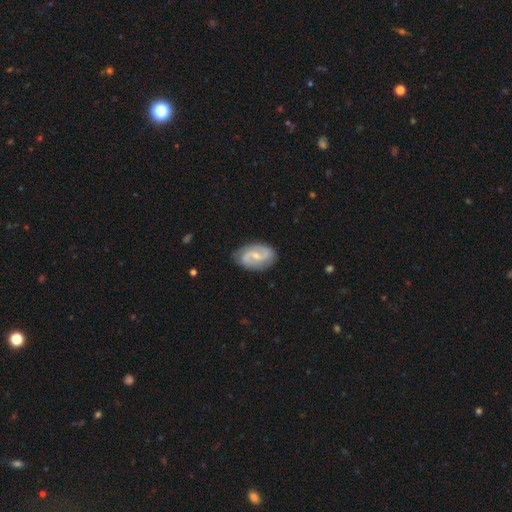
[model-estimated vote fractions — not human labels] featured or disk 82%, smooth 13%, star or artifact 5%. Down the decision tree: edge-on disk — no (97%); bar — weak (52%); spiral arms — yes (95%); spiral arm count — 2 (91%); spiral winding — medium (45%); bulge size — small (60%); merging — none (83%).